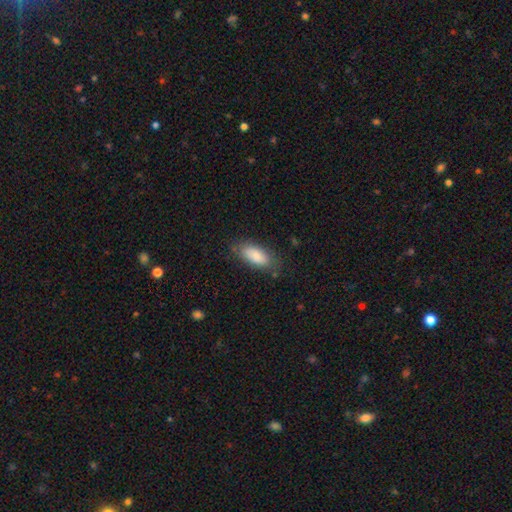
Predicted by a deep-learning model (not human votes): Smooth or featured: smooth — 84% (featured or disk — 9%)
How rounded: in between — 85% (cigar-shaped — 13%)
Merging: none — 74% (minor disturbance — 19%)